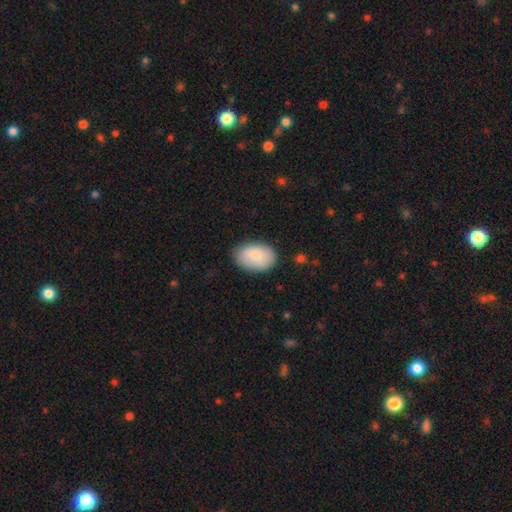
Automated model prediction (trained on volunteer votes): Smooth or featured: smooth — 85% (featured or disk — 9%)
How rounded: in between — 88% (round — 11%)
Merging: none — 80% (minor disturbance — 15%)